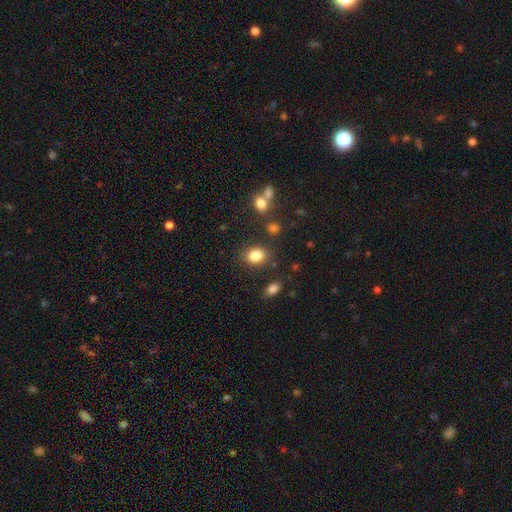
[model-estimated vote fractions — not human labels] Smooth or featured? Predicted: smooth (p=0.84). How rounded? Predicted: in between (p=0.63). Merging? Predicted: none (p=0.79).